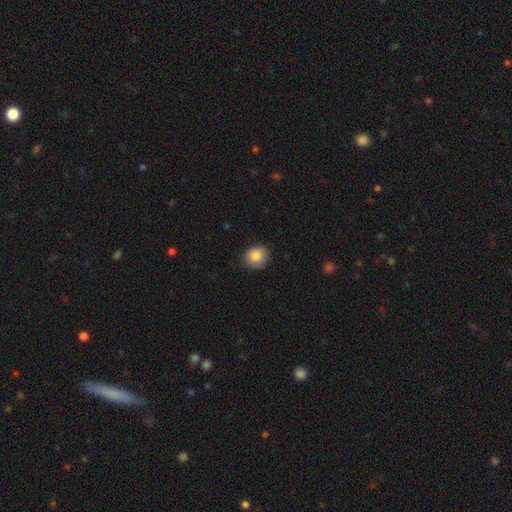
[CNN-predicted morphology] Smooth or featured? Predicted: smooth (p=0.86). How rounded? Predicted: round (p=0.77). Merging? Predicted: none (p=0.81).